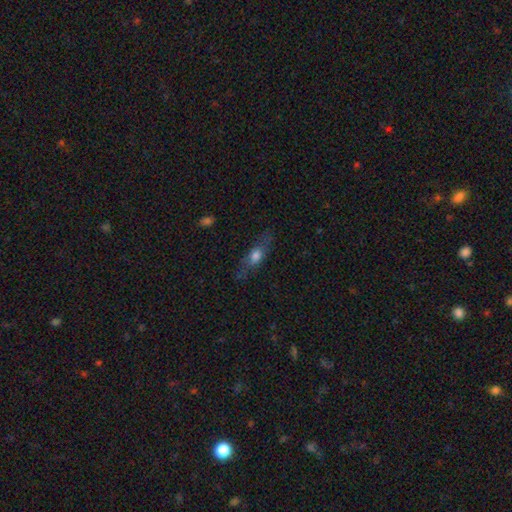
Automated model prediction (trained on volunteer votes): This is possibly a smooth galaxy (55%). How rounded: possibly in between (48%). Merging: likely none (73%).